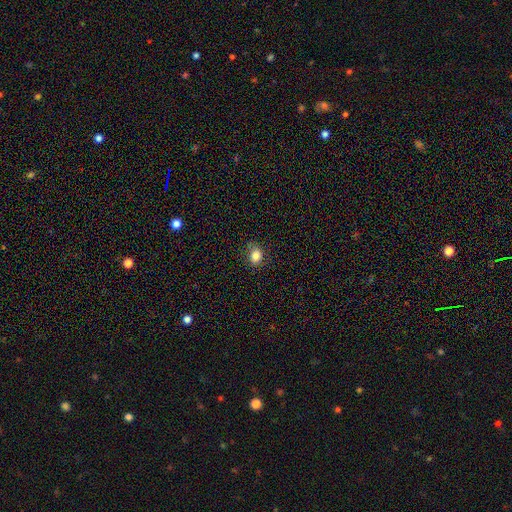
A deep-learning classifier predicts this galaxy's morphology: A smooth galaxy with no disk features (83%) that is in between round and cigar-shaped (64%). Merging: none (78%).